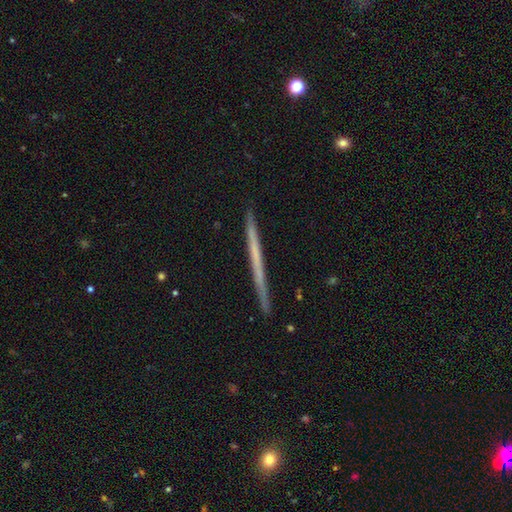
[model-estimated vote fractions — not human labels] Smooth or featured? Predicted: featured or disk (p=0.54). Edge-on disk? Predicted: yes (p=0.98). Edge-on bulge? Predicted: none (p=0.93). Merging? Predicted: none (p=0.91).